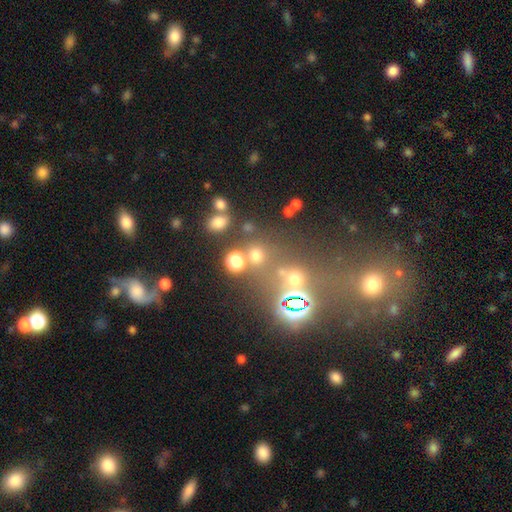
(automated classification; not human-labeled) Overall: smooth (61%; star or artifact 30%). How rounded: round (81%). Merging: none (66%).